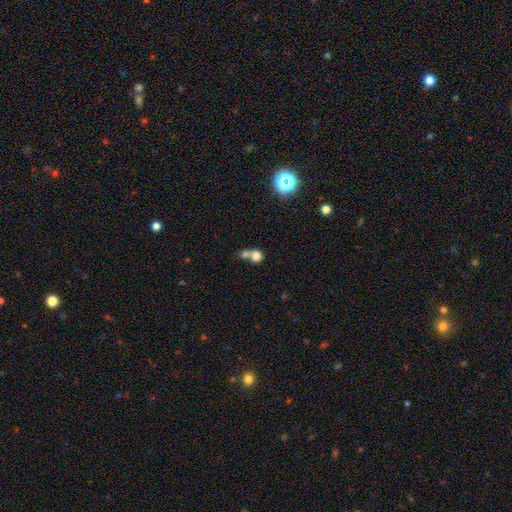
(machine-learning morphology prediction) smooth-or-featured: smooth: 76% | featured or disk: 12% | star or artifact: 12%
  how-rounded: round: 76% | in between: 23% | cigar-shaped: 1%
  merging: merger: 62% | none: 27% | minor disturbance: 6% | major disturbance: 5%